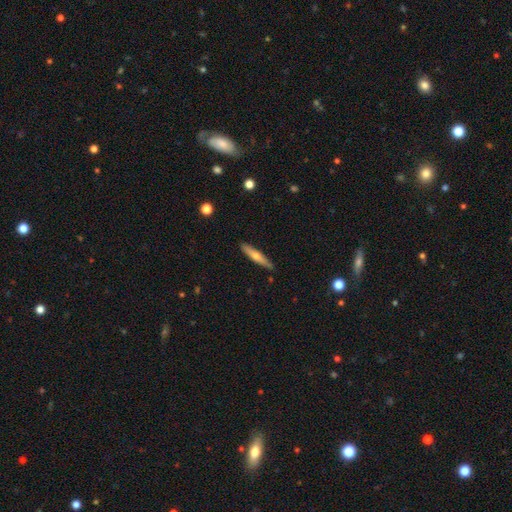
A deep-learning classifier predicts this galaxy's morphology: smooth_or_featured: smooth (p=0.48) [alt: featured or disk p=0.46]
merging: none (p=0.88) [alt: minor disturbance p=0.09]